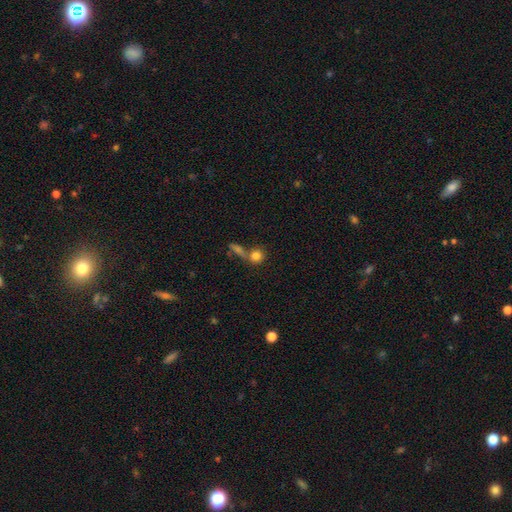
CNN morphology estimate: This is likely a smooth galaxy (79%). How rounded: clearly round (83%). Merging: possibly none (49%).